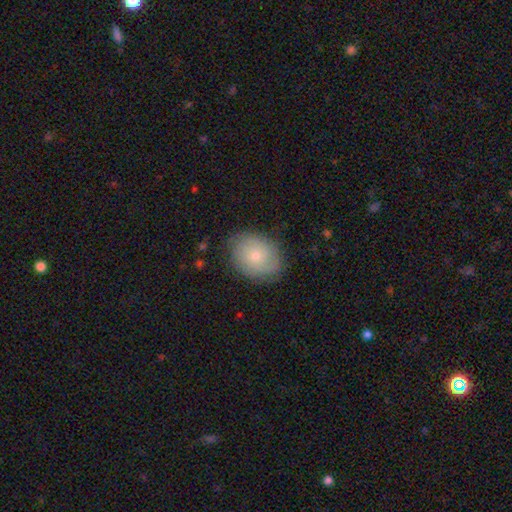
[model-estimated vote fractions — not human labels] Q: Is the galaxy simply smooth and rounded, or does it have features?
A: smooth — 54%.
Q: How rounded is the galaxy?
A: in between — 55%.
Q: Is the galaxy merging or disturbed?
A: none — 80%.